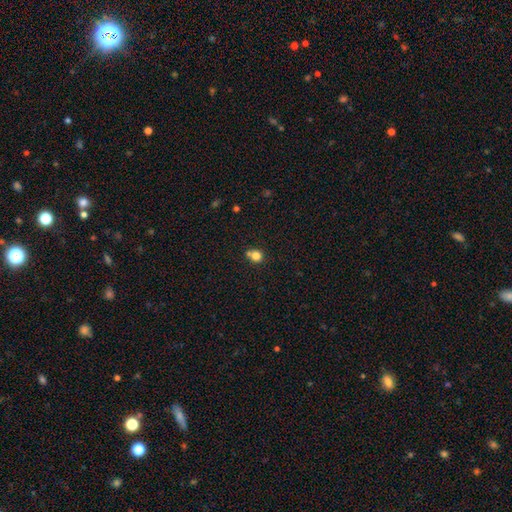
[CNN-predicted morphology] Q: Smooth or featured?
A: smooth (80%); runner-up: star or artifact (13%)
Q: How rounded?
A: round (85%); runner-up: in between (14%)
Q: Merging?
A: none (58%); runner-up: merger (27%)